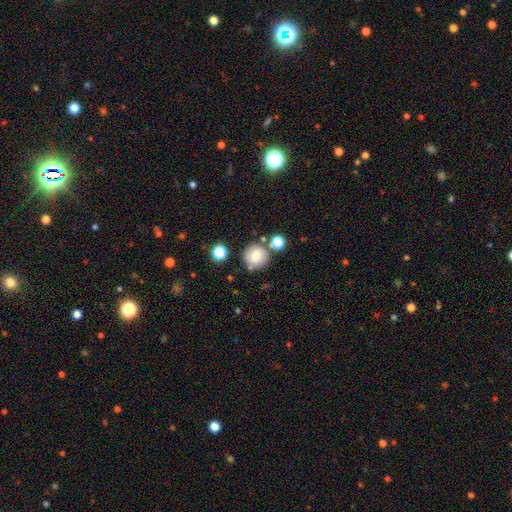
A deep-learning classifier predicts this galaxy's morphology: smooth 72%, featured or disk 16%, star or artifact 12%. Down the decision tree: how rounded — round (94%); merging — none (74%).